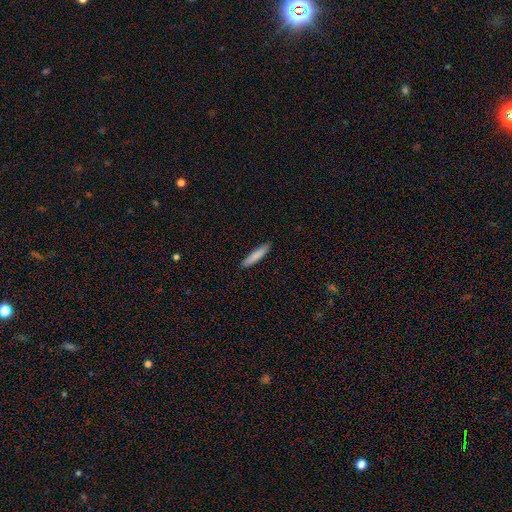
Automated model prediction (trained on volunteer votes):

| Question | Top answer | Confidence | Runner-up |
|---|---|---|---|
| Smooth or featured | smooth | 84% | featured or disk (11%) |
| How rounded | cigar-shaped | 90% | in between (9%) |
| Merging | none | 90% | minor disturbance (7%) |